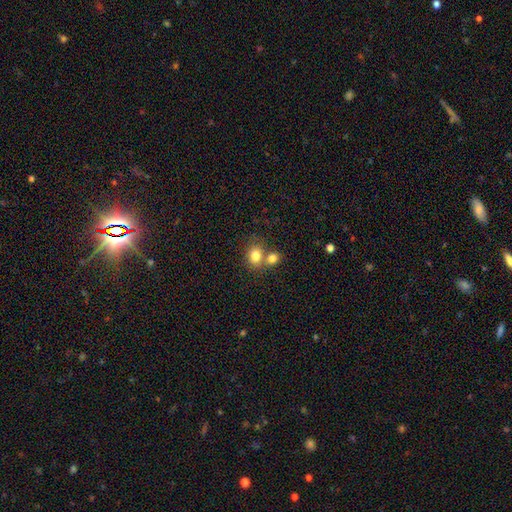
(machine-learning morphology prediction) This appears to be a smooth galaxy with no disk features (81%) that is round (60%). Merging: none (46%).